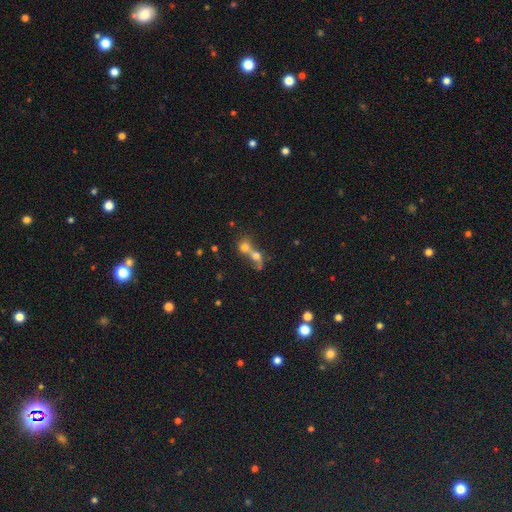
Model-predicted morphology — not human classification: type=smooth (54%); roundness=round (64%); merging=merger (66%).